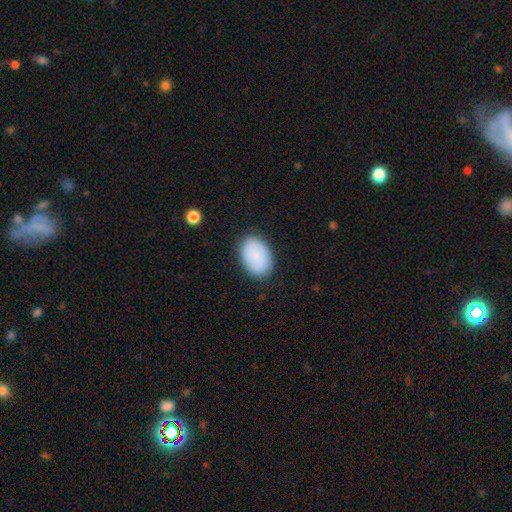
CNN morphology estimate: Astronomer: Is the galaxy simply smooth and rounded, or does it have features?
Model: smooth — 85%.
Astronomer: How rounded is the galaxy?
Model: in between — 83%.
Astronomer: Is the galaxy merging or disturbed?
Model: none — 86%.